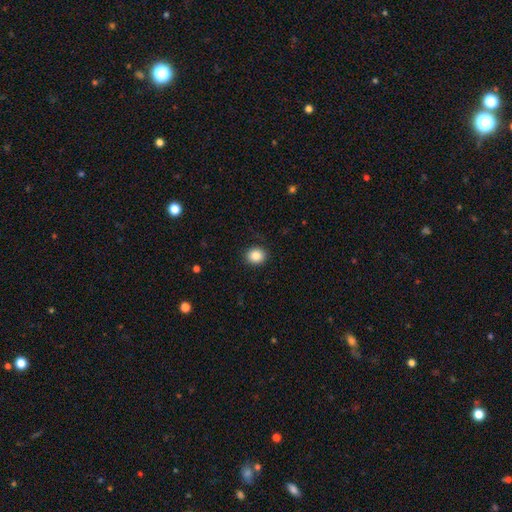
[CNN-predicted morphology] smooth 87%, star or artifact 9%, featured or disk 4%. Down the decision tree: how rounded — round (73%); merging — none (89%).